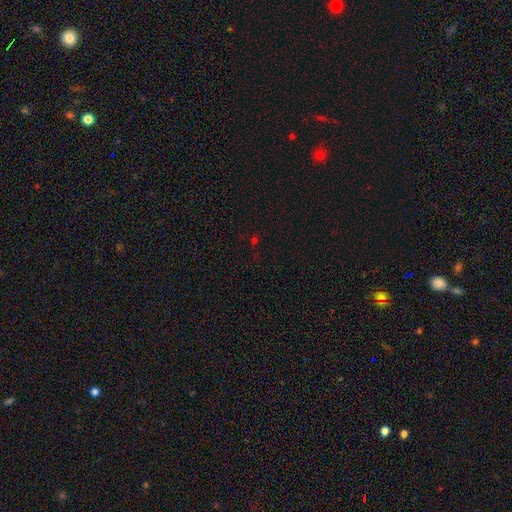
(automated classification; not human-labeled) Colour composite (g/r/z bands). It shows a star or artifact, not a galaxy (62%).